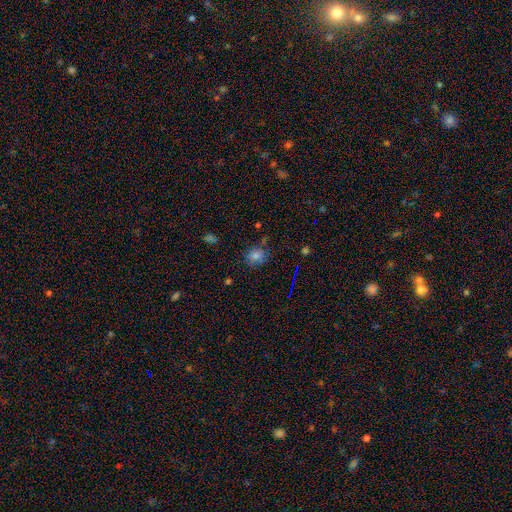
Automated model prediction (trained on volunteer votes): Smooth or featured?
  - smooth: 73% *
  - star or artifact: 19%
  - featured or disk: 9%
How rounded?
  - round: 69% *
  - in between: 30%
  - cigar-shaped: 1%
Merging?
  - none: 73% *
  - minor disturbance: 18%
  - major disturbance: 5%
  - merger: 4%